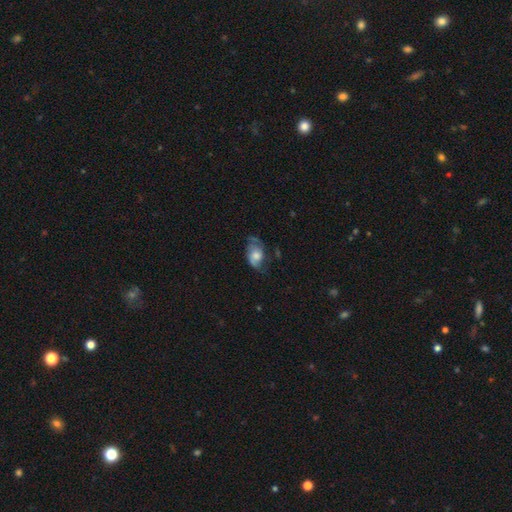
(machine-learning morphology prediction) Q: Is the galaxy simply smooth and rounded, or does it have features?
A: featured or disk — 59%.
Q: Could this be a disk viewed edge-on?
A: no — 96%.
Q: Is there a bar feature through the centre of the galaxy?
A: no — 73%.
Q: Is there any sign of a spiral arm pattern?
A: yes — 83%.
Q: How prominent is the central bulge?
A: moderate — 51%.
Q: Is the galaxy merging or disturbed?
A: none — 51%.